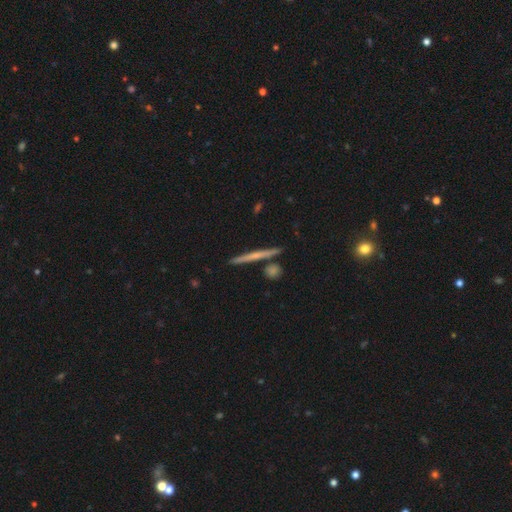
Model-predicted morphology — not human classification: A featured or disk galaxy (50%).

Vote fractions:
- Smooth or featured? featured or disk: 50% / smooth: 44% / star or artifact: 7%
- Merging? none: 86% / minor disturbance: 7% / merger: 6% / major disturbance: 2%